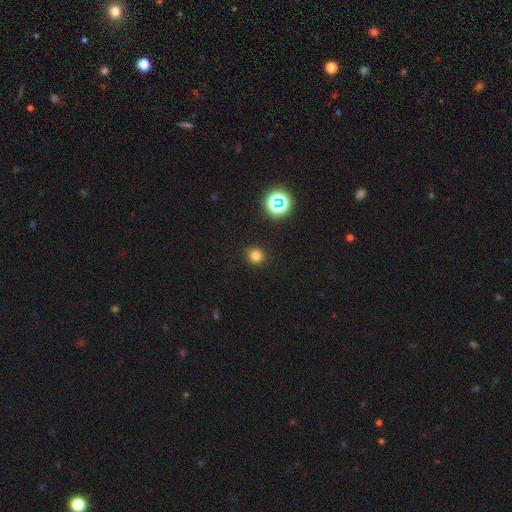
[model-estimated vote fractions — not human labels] A smooth galaxy with no disk features (77%) that is round (92%).

Vote fractions:
- Smooth or featured? smooth: 77% / star or artifact: 18% / featured or disk: 5%
- How rounded? round: 92% / in between: 7% / cigar-shaped: 1%
- Merging? none: 90% / minor disturbance: 7% / major disturbance: 2% / merger: 1%